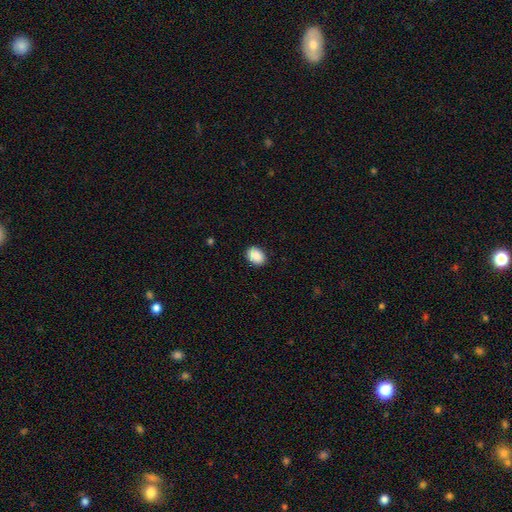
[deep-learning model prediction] Smooth or featured?
  - smooth: 90% *
  - star or artifact: 7%
  - featured or disk: 3%
How rounded?
  - in between: 71% *
  - round: 28%
  - cigar-shaped: 1%
Merging?
  - none: 89% *
  - minor disturbance: 8%
  - major disturbance: 2%
  - merger: 1%